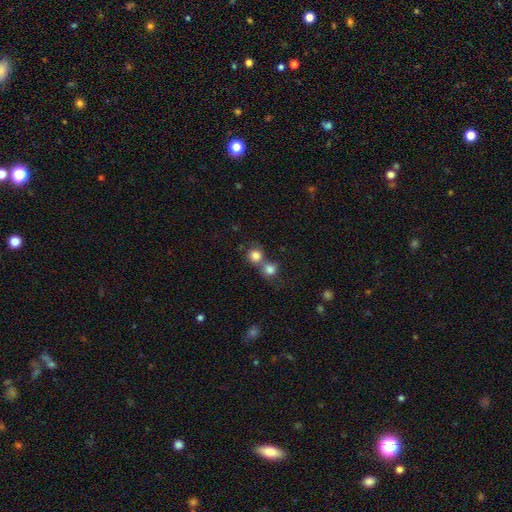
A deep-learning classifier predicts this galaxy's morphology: smooth 81%, star or artifact 11%, featured or disk 8%. Down the decision tree: how rounded — round (88%); merging — merger (47%).